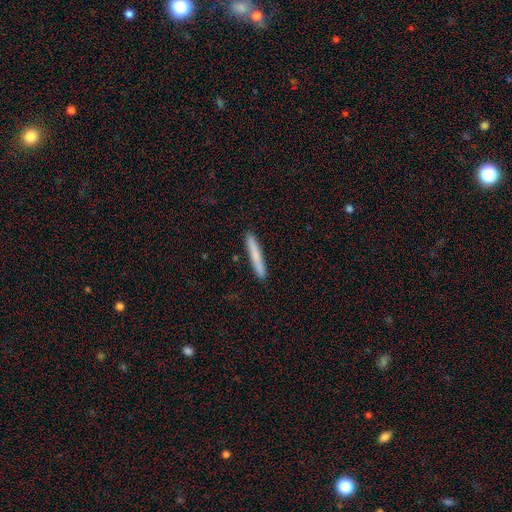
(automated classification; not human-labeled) This appears to be a smooth galaxy with no disk features (75%) that is cigar-shaped (96%). Merging: none (91%).